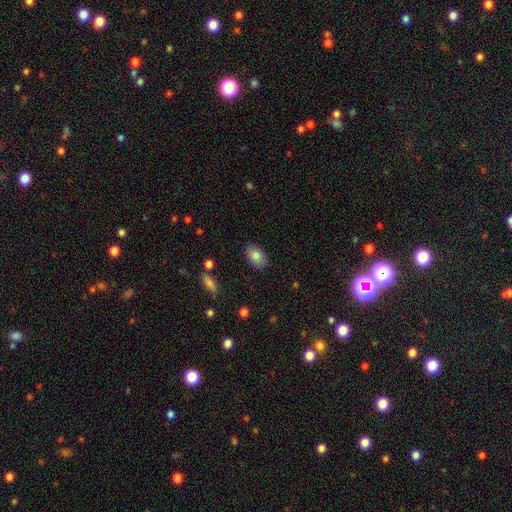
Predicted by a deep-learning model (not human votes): Smooth or featured? Predicted: smooth (p=0.81). How rounded? Predicted: in between (p=0.87). Merging? Predicted: none (p=0.85).